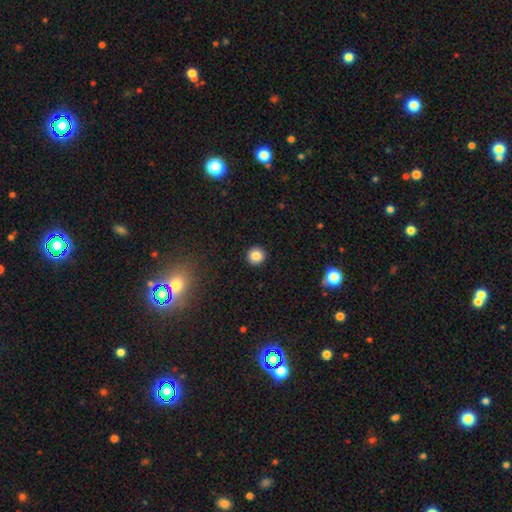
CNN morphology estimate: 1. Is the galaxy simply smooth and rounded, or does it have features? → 84% smooth, 11% star or artifact, 5% featured or disk.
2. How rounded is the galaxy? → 94% round, 5% in between, 1% cigar-shaped.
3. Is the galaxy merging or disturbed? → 93% none, 4% minor disturbance, 2% major disturbance, 1% merger.